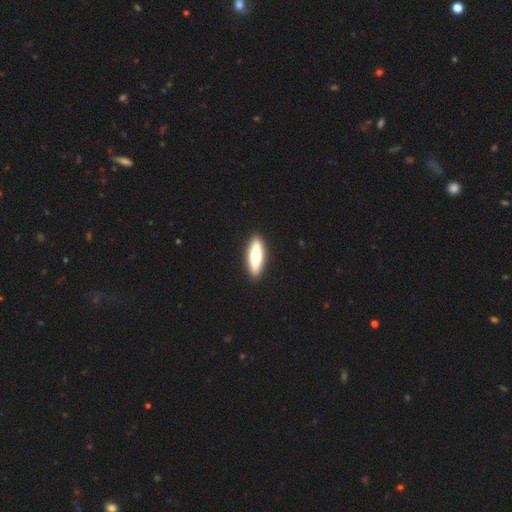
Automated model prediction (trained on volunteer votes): Smooth or featured? Predicted: smooth (p=0.66). How rounded? Predicted: cigar-shaped (p=0.56). Merging? Predicted: none (p=0.91).